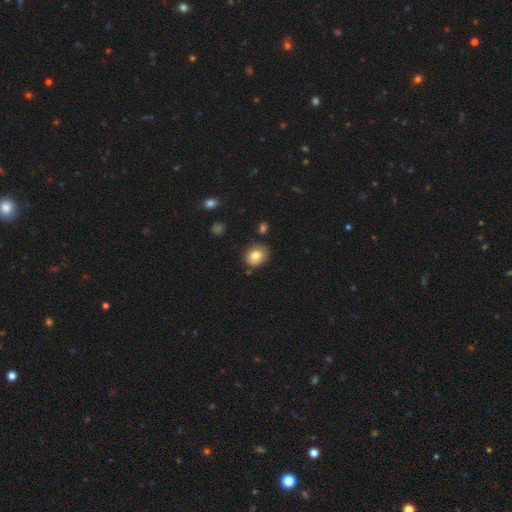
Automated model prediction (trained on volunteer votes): This appears to be a smooth galaxy with no disk features (81%) that is round (62%). Merging: none (82%).